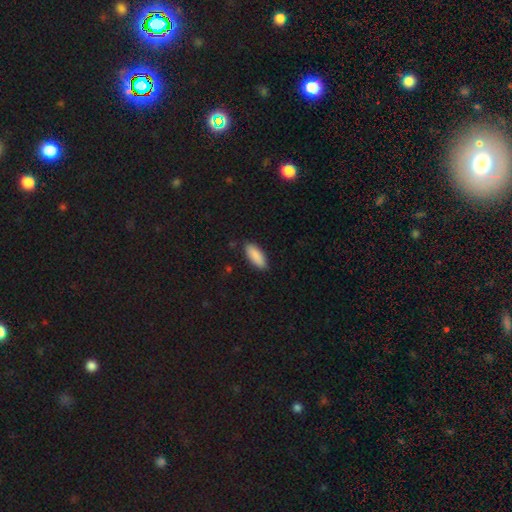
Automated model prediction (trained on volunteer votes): The model was most divided on "how rounded": in between: 75%, cigar-shaped: 23%, round: 2%. More confident: smooth or featured — smooth (90%); merging — none (87%).